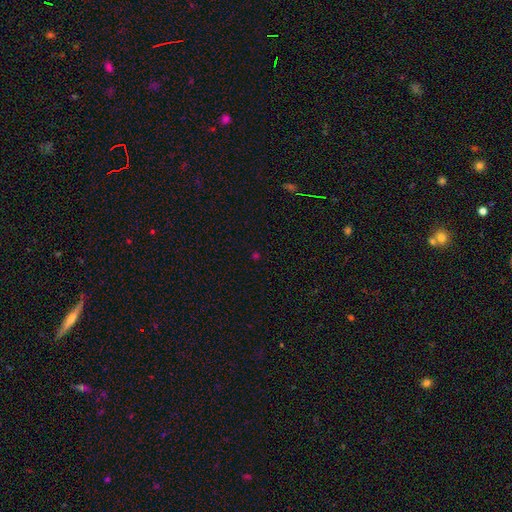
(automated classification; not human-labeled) A star or artifact, not a galaxy (57%).